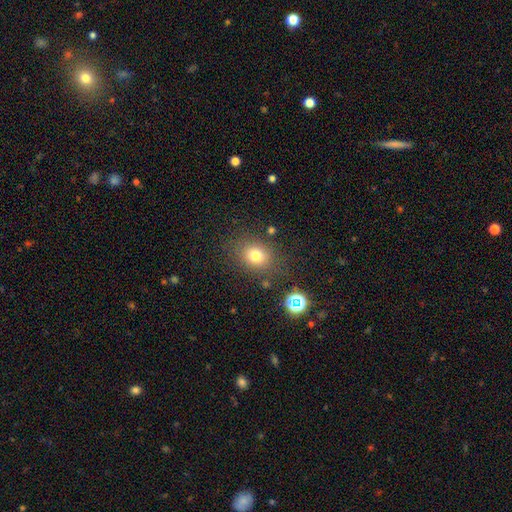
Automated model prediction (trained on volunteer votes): smooth_or_featured: smooth (p=0.76) [alt: star or artifact p=0.15]
how_rounded: round (p=0.54) [alt: in between p=0.45]
merging: none (p=0.79) [alt: minor disturbance p=0.12]